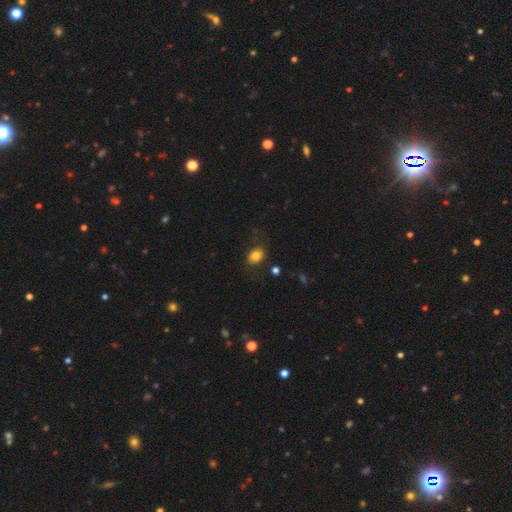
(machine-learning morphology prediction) This is clearly a smooth galaxy (81%). How rounded: possibly in between (58%). Merging: likely none (78%).